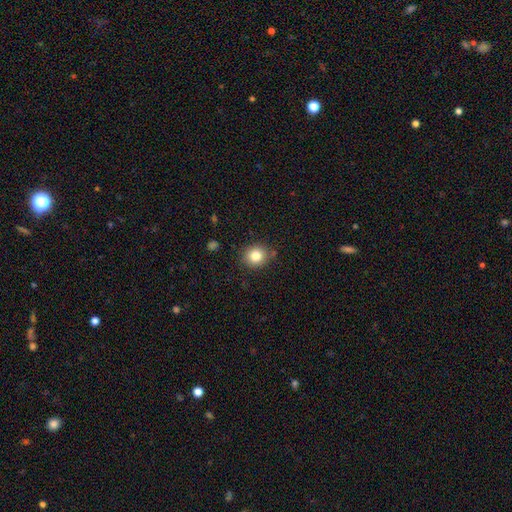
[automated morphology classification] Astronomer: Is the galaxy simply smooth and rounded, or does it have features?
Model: smooth — 81%.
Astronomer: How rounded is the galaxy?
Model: round — 82%.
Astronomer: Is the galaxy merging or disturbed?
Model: none — 84%.